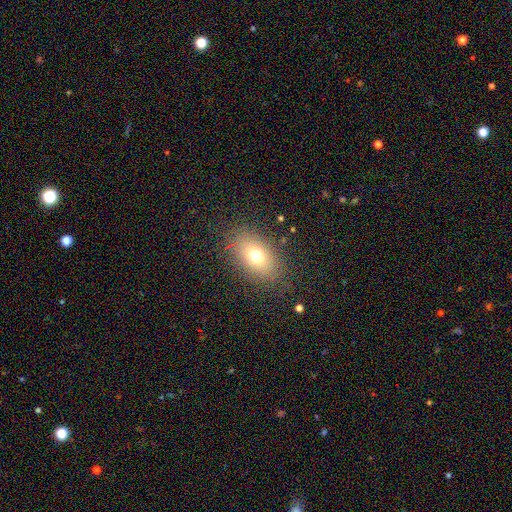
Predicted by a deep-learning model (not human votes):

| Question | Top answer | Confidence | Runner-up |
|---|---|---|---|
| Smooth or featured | smooth | 69% | featured or disk (16%) |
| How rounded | in between | 75% | round (22%) |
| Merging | none | 82% | minor disturbance (11%) |